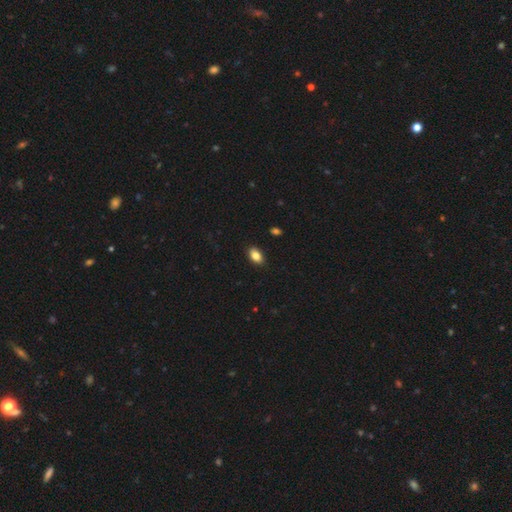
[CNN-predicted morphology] This is clearly a smooth galaxy (85%). How rounded: clearly in between (89%). Merging: clearly none (88%).